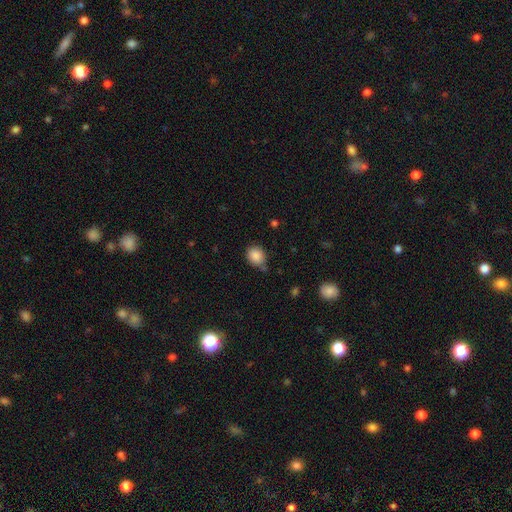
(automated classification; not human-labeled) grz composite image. It shows a smooth galaxy with no disk features (86%) that is round (69%). Merging: none (64%).